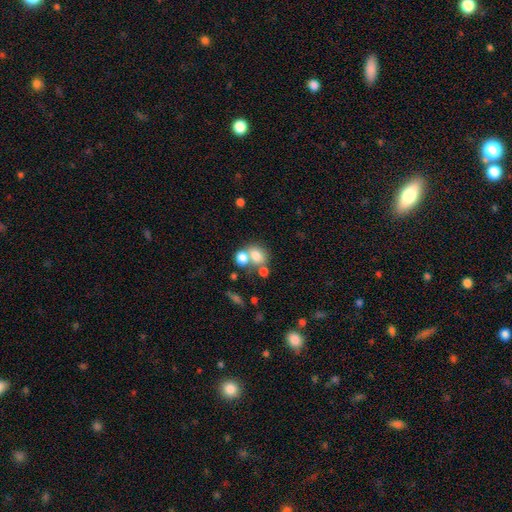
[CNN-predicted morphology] smooth 73%, featured or disk 15%, star or artifact 11%. Down the decision tree: how rounded — in between (51%); merging — merger (49%).